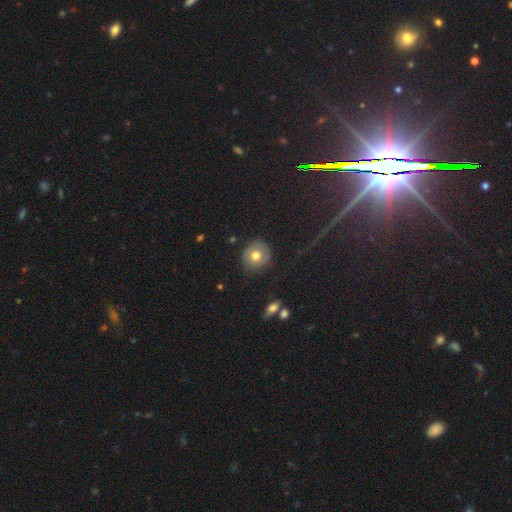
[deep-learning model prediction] The model was most divided on "smooth or featured": smooth: 66%, featured or disk: 23%, star or artifact: 11%. More confident: how rounded — round (87%); merging — none (78%).